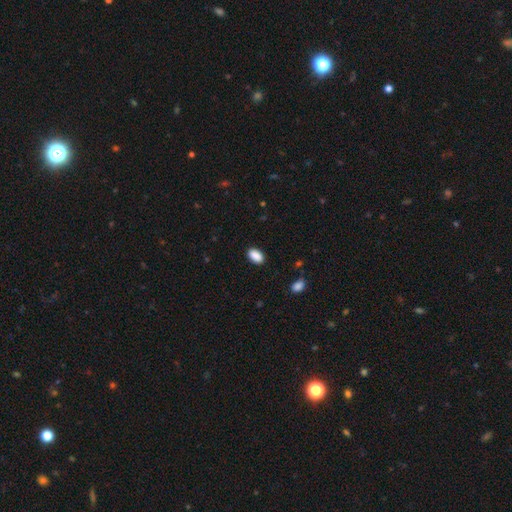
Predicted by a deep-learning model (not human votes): Q: Smooth or featured?
A: smooth (90%); runner-up: star or artifact (7%)
Q: How rounded?
A: in between (92%); runner-up: round (6%)
Q: Merging?
A: none (88%); runner-up: minor disturbance (9%)